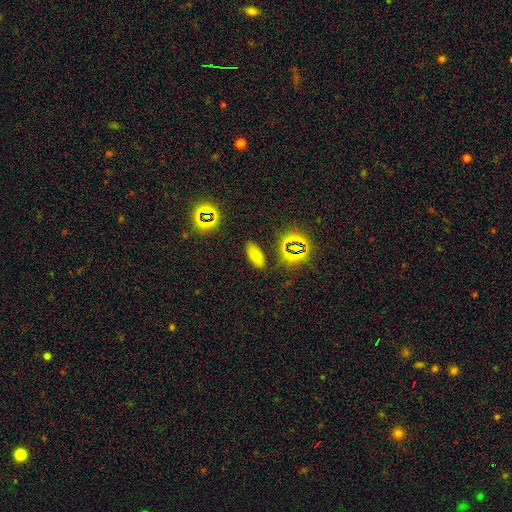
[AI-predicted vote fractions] Q: Smooth or featured?
A: smooth (68%); runner-up: star or artifact (25%)
Q: How rounded?
A: in between (88%); runner-up: cigar-shaped (9%)
Q: Merging?
A: none (84%); runner-up: minor disturbance (10%)